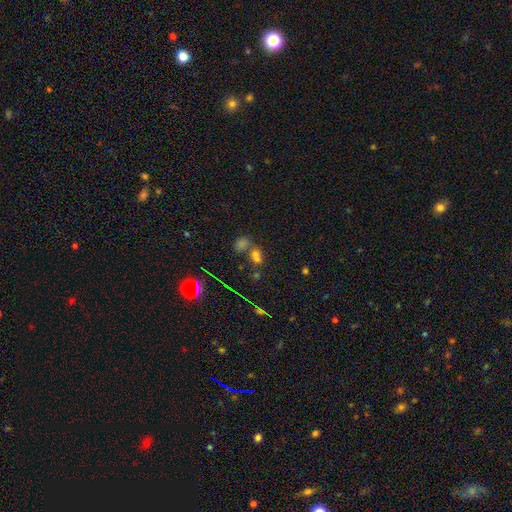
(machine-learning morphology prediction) smooth_or_featured: smooth (p=0.56) [alt: star or artifact p=0.33]
how_rounded: in between (p=0.66) [alt: round p=0.31]
merging: merger (p=0.48) [alt: none p=0.38]